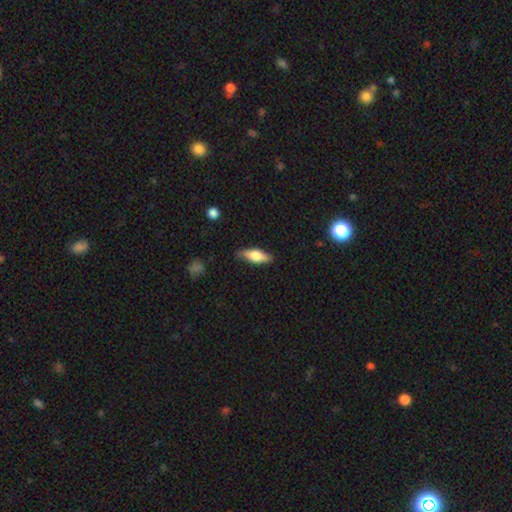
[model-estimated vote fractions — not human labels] smooth-or-featured: smooth: 65% | featured or disk: 29% | star or artifact: 6%
  how-rounded: in between: 64% | cigar-shaped: 33% | round: 3%
  merging: none: 82% | minor disturbance: 15% | major disturbance: 3% | merger: 1%